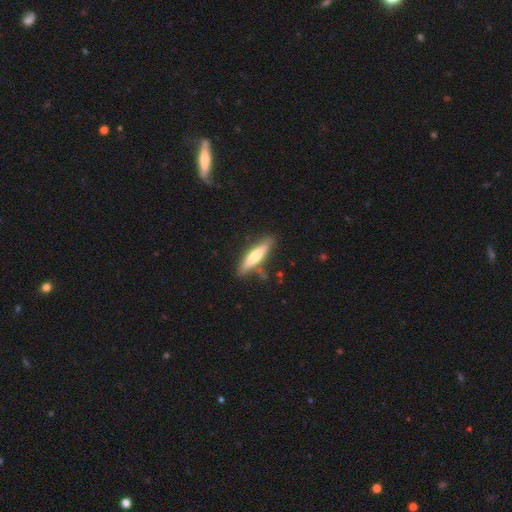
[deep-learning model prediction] Overall: smooth (53%; featured or disk 41%). How rounded: cigar-shaped (81%). Merging: none (81%).